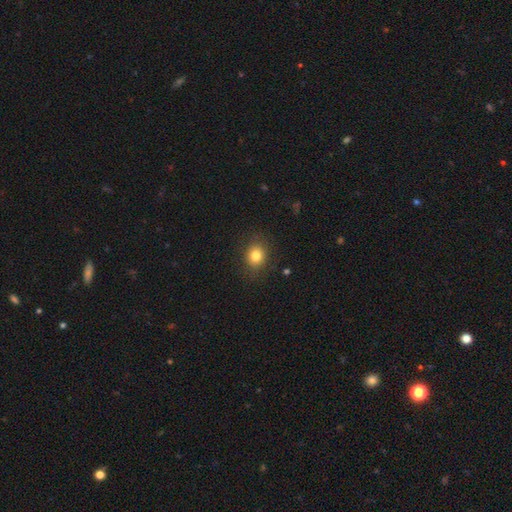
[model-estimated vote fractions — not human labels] Smooth or featured? smooth (80%)
How rounded? round (68%)
Merging? none (87%)